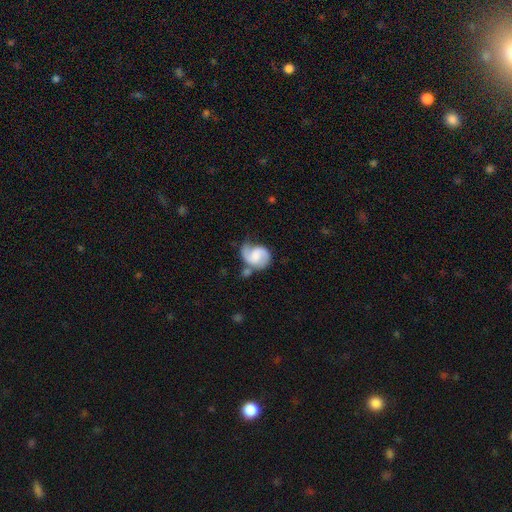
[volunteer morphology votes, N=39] Volunteers were most divided on "bar": weak: 46%, no: 38%, strong: 15%. Remaining: spiral arms — yes (96%); edge-on disk — no (93%); spiral arm count — 2 (76%); smooth or featured — featured or disk (72%); spiral winding — medium (64%); bulge size — moderate (42%); merging — none (37%).